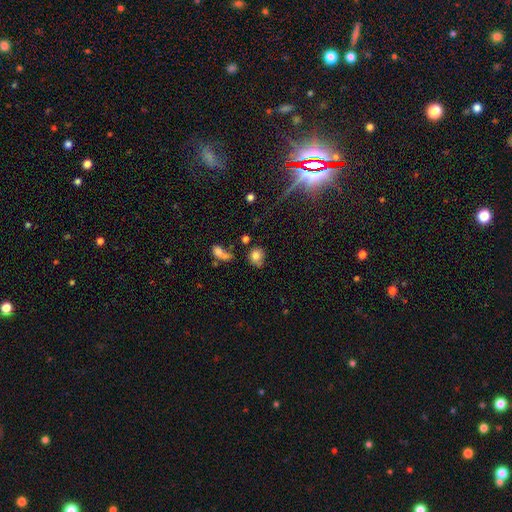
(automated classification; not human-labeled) smooth-or-featured: smooth: 78% | star or artifact: 12% | featured or disk: 10%
  how-rounded: round: 75% | in between: 24% | cigar-shaped: 2%
  merging: none: 60% | minor disturbance: 19% | merger: 12% | major disturbance: 10%